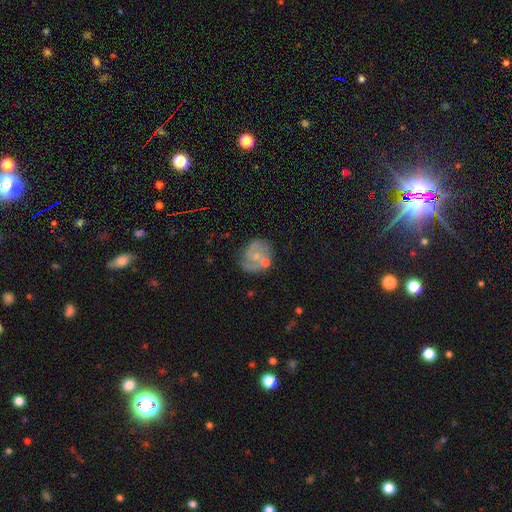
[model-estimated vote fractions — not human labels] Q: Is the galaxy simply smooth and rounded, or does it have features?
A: featured or disk — 58%.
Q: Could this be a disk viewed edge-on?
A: no — 98%.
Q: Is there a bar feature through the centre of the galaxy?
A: no — 71%.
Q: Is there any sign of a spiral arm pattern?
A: yes — 69%.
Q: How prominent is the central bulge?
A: small — 53%.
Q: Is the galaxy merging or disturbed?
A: none — 51%.